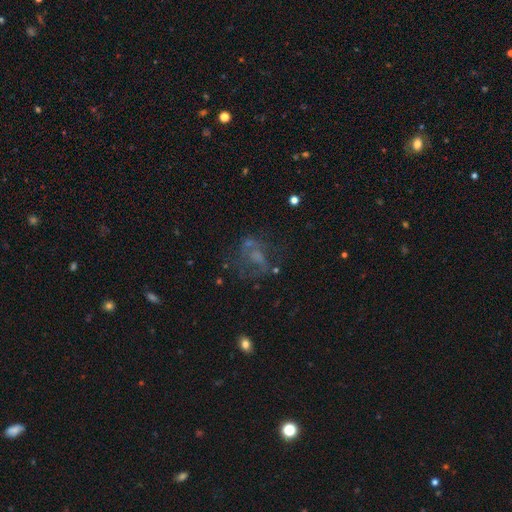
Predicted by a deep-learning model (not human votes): smooth-or-featured: featured or disk: 50% | smooth: 28% | star or artifact: 22%
  merging: none: 48% | major disturbance: 28% | minor disturbance: 18% | merger: 6%